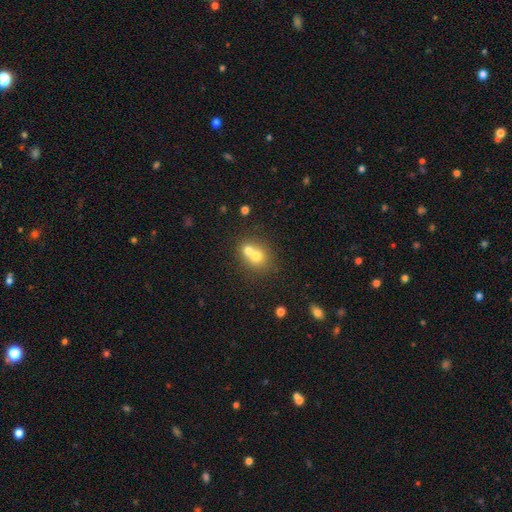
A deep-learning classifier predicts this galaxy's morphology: smooth_or_featured: smooth (p=0.68) [alt: featured or disk p=0.20]
how_rounded: round (p=0.72) [alt: in between p=0.27]
merging: merger (p=0.63) [alt: none p=0.30]